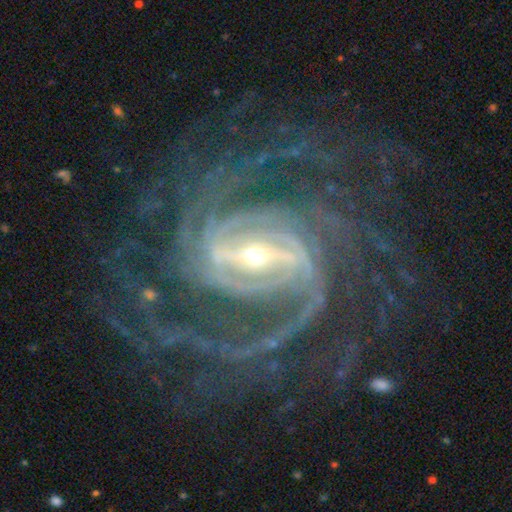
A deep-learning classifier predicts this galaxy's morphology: This is clearly a featured or disk galaxy (94%). It is clearly not viewed edge-on (98%). Bar: likely strong (68%). Spiral arm pattern: clearly yes (99%). Spiral arm count: marginally 4 (22%). Spiral winding: possibly tight (47%). Central bulge: likely small (70%). Merging: likely none (70%).